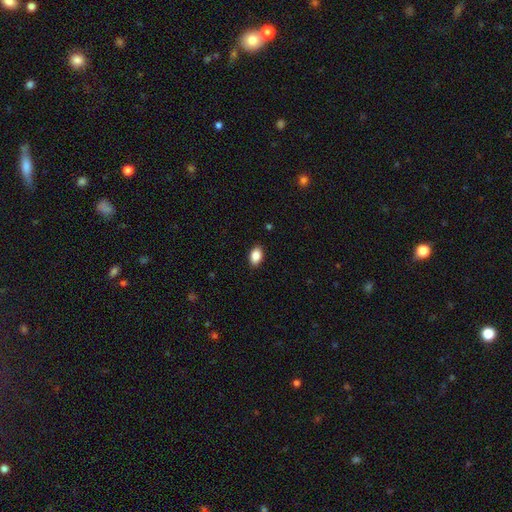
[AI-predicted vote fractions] A smooth galaxy with no disk features (88%) that is in between round and cigar-shaped (89%).

Vote fractions:
- Smooth or featured? smooth: 88% / star or artifact: 8% / featured or disk: 4%
- How rounded? in between: 89% / round: 10% / cigar-shaped: 1%
- Merging? none: 88% / minor disturbance: 9% / major disturbance: 2% / merger: 1%